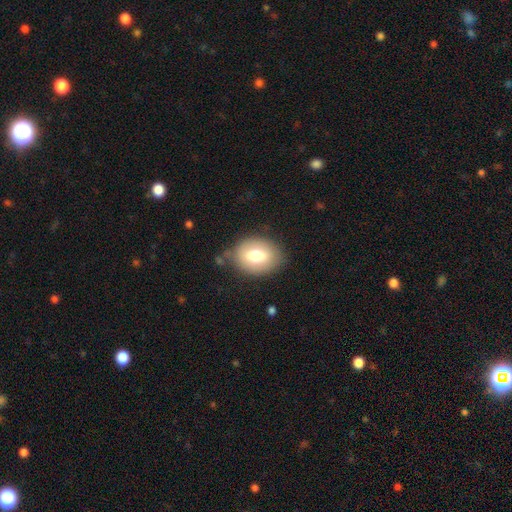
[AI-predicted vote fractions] Smooth or featured? Predicted: smooth (p=0.70). How rounded? Predicted: in between (p=0.69). Merging? Predicted: none (p=0.77).